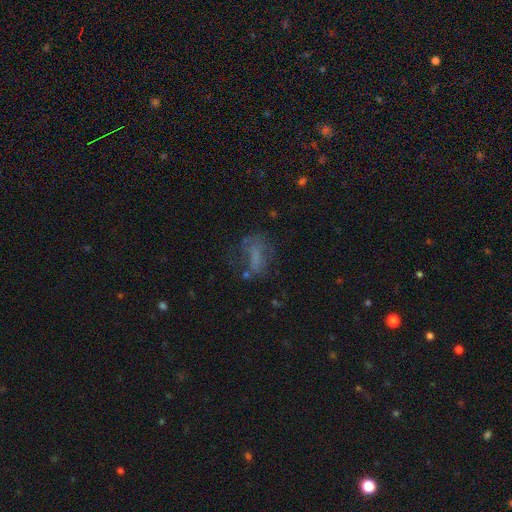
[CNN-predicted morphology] A smooth galaxy with no disk features (45%).

Vote fractions:
- Smooth or featured? smooth: 45% / featured or disk: 34% / star or artifact: 21%
- Merging? none: 40% / major disturbance: 34% / minor disturbance: 21% / merger: 5%